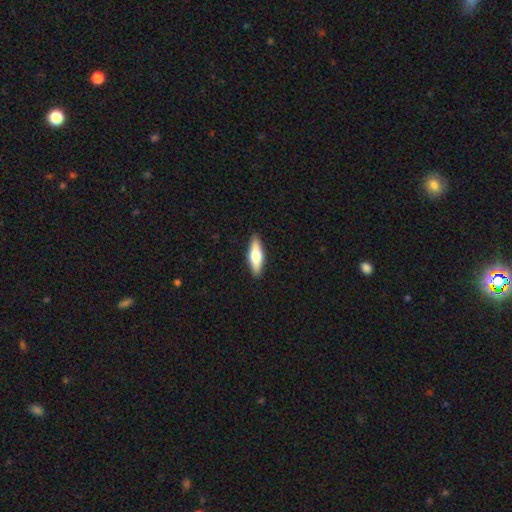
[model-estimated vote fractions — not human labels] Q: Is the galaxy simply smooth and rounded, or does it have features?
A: smooth — 61%.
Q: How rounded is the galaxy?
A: in between — 50%.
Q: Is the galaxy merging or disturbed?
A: none — 90%.